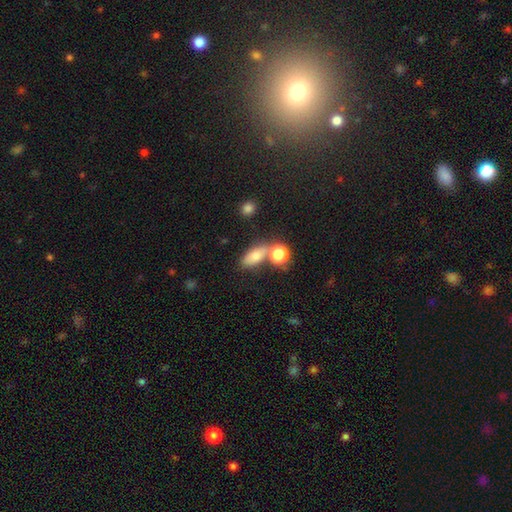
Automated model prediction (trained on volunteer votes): smooth 71%, featured or disk 17%, star or artifact 12%. Down the decision tree: how rounded — in between (72%); merging — none (56%).